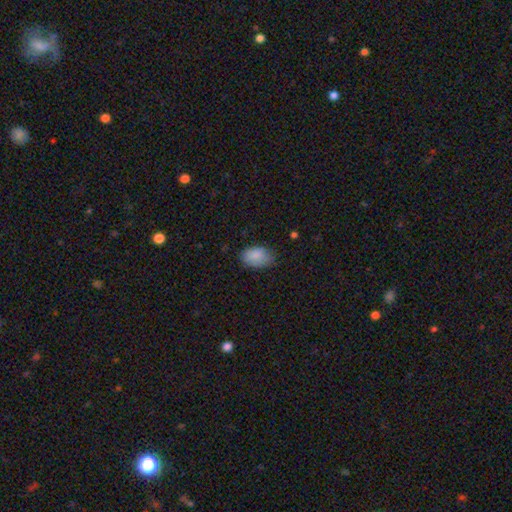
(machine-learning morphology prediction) Smooth or featured? smooth (86%)
How rounded? in between (89%)
Merging? none (68%)